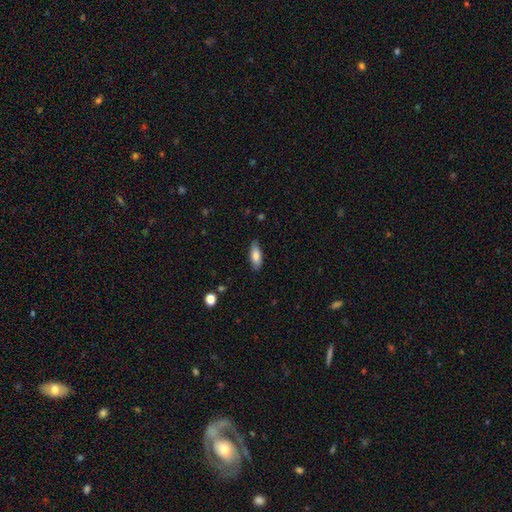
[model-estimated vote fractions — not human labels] Morphology: type=smooth (77%); roundness=in between (75%); merging=none (83%).